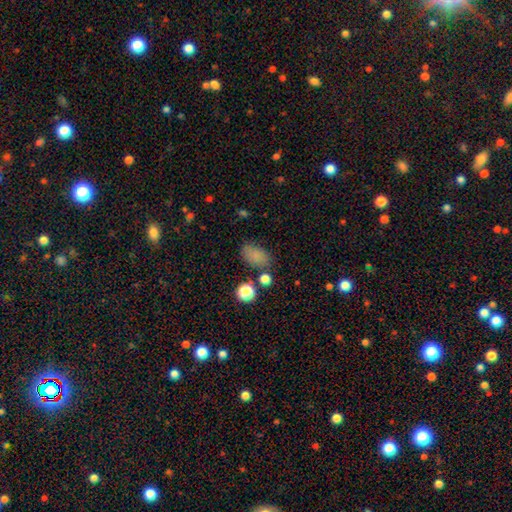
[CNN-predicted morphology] This is clearly a smooth galaxy (81%). How rounded: clearly in between (88%). Merging: likely none (74%).